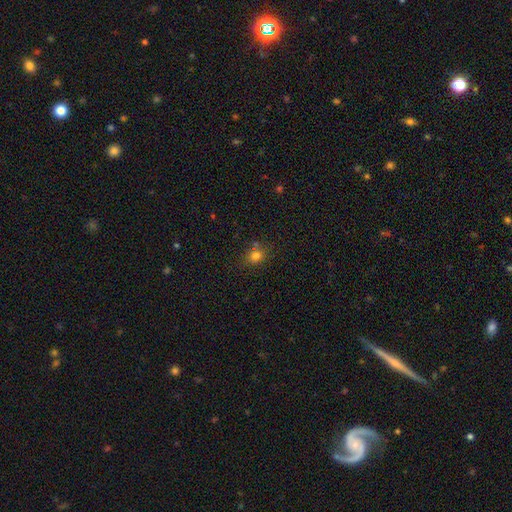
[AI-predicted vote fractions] Smooth or featured?
  - smooth: 78% *
  - star or artifact: 15%
  - featured or disk: 7%
How rounded?
  - round: 71% *
  - in between: 28%
  - cigar-shaped: 1%
Merging?
  - none: 71% *
  - minor disturbance: 15%
  - merger: 9%
  - major disturbance: 4%